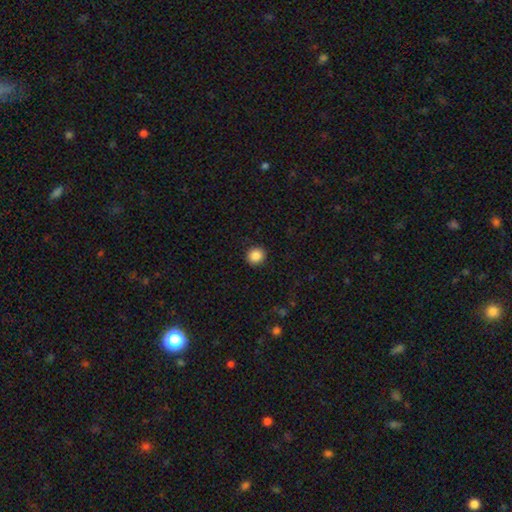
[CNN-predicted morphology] A smooth galaxy with no disk features (87%) that is round (91%).

Vote fractions:
- Smooth or featured? smooth: 87% / star or artifact: 9% / featured or disk: 3%
- How rounded? round: 91% / in between: 8% / cigar-shaped: 1%
- Merging? none: 92% / minor disturbance: 5% / major disturbance: 2% / merger: 1%